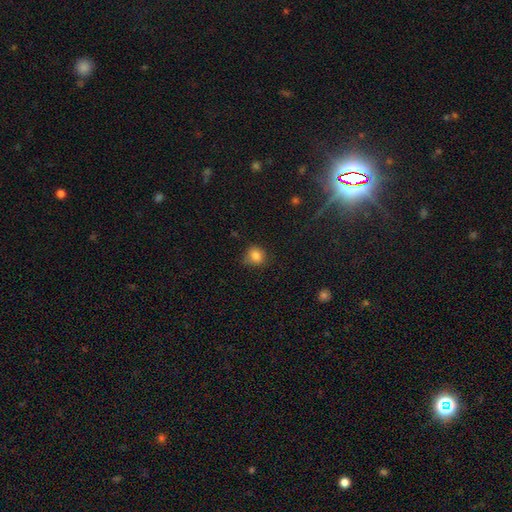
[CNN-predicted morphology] Smooth or featured? smooth (83%)
How rounded? round (75%)
Merging? none (69%)